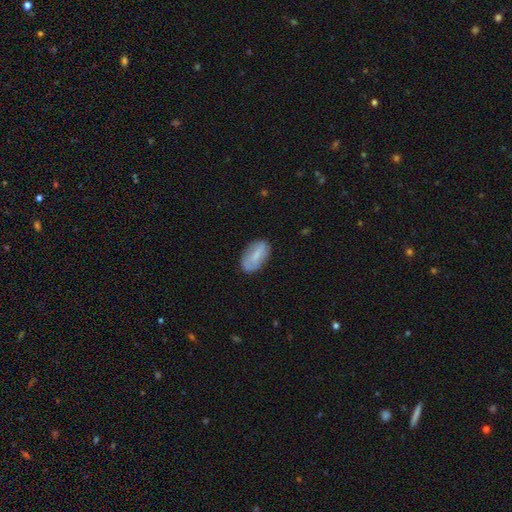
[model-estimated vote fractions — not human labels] smooth 63%, featured or disk 30%, star or artifact 7%. Down the decision tree: how rounded — in between (92%); merging — none (77%).